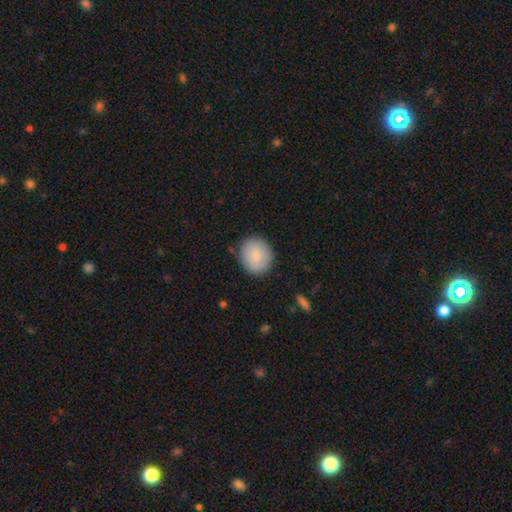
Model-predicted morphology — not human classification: smooth_or_featured: smooth (p=0.84) [alt: featured or disk p=0.09]
how_rounded: round (p=0.81) [alt: in between p=0.18]
merging: none (p=0.85) [alt: minor disturbance p=0.11]